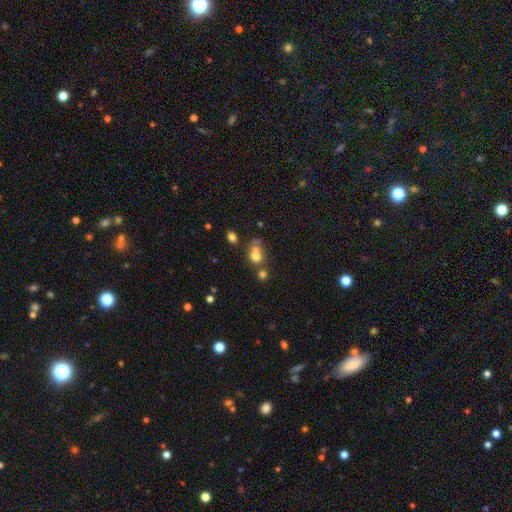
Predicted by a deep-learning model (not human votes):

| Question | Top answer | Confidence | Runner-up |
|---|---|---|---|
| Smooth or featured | smooth | 68% | featured or disk (17%) |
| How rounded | round | 62% | in between (36%) |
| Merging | merger | 47% | none (32%) |